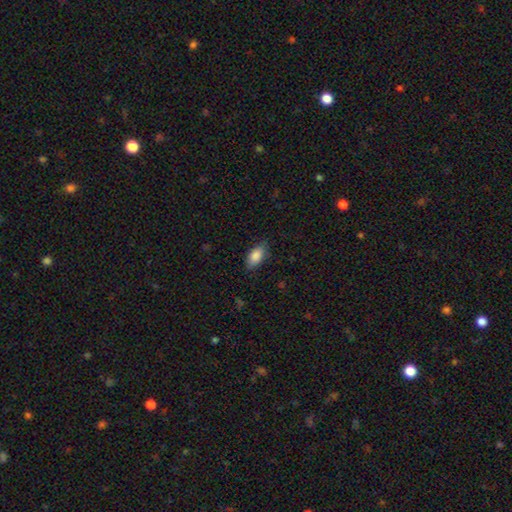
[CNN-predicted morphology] A smooth galaxy with no disk features (87%) that is in between round and cigar-shaped (90%). Merging: none (80%).